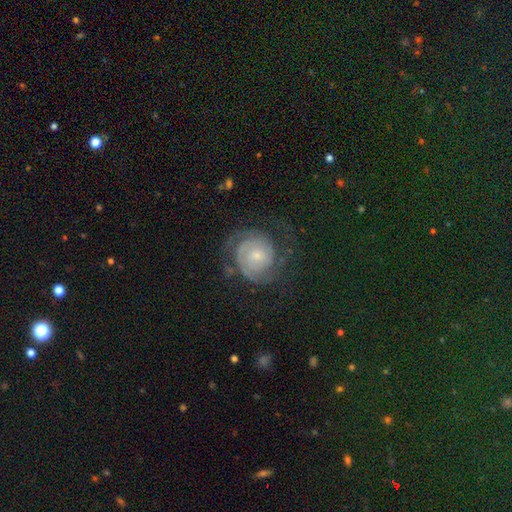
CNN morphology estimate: Overall: featured or disk (79%). Edge-on disk: no (98%). Bar: no (70%). Spiral arms: yes (94%). Spiral arm count: 2 (54%; can't tell 22%). Spiral winding: tight (66%; medium 26%). Bulge size: small (60%; moderate 31%). Merging: none (64%).